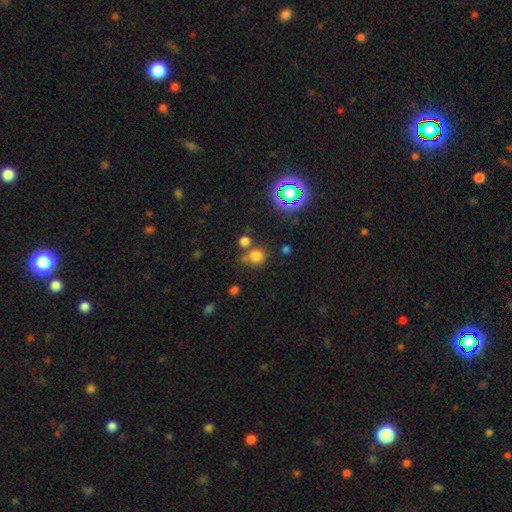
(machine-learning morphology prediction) smooth_or_featured: smooth (p=0.72) [alt: star or artifact p=0.20]
how_rounded: round (p=0.85) [alt: in between p=0.13]
merging: none (p=0.59) [alt: merger p=0.23]